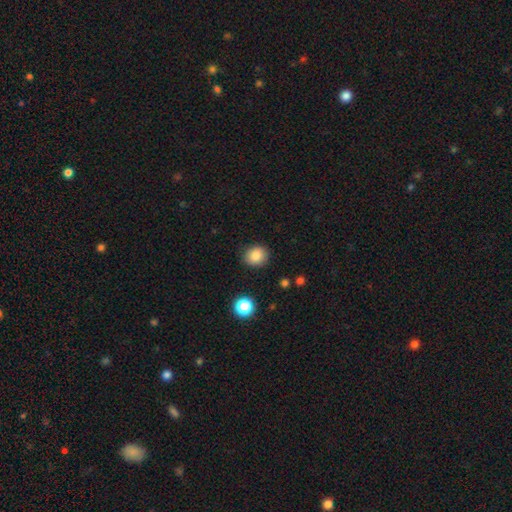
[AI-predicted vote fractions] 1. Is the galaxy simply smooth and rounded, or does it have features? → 84% smooth, 10% star or artifact, 6% featured or disk.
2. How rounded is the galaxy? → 73% round, 26% in between, 1% cigar-shaped.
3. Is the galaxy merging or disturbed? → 88% none, 8% minor disturbance, 2% major disturbance, 1% merger.